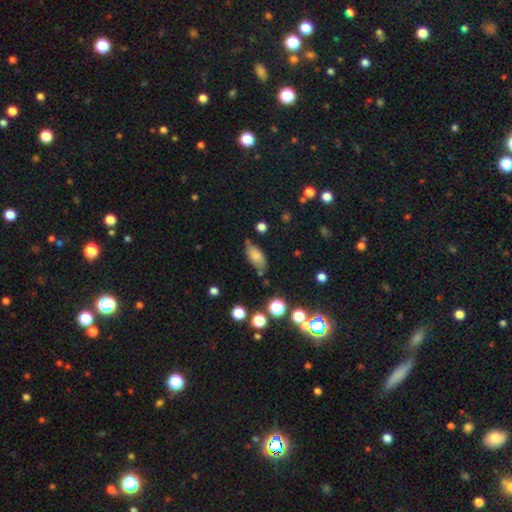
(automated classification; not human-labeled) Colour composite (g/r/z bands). It shows a smooth galaxy with no disk features (74%) that is in between round and cigar-shaped (86%). Merging: none (61%).